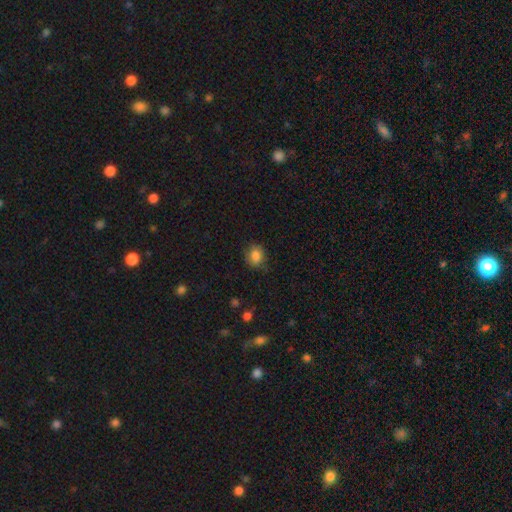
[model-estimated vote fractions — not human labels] The model was most divided on "how rounded": round: 61%, in between: 38%, cigar-shaped: 1%. More confident: smooth or featured — smooth (85%); merging — none (78%).